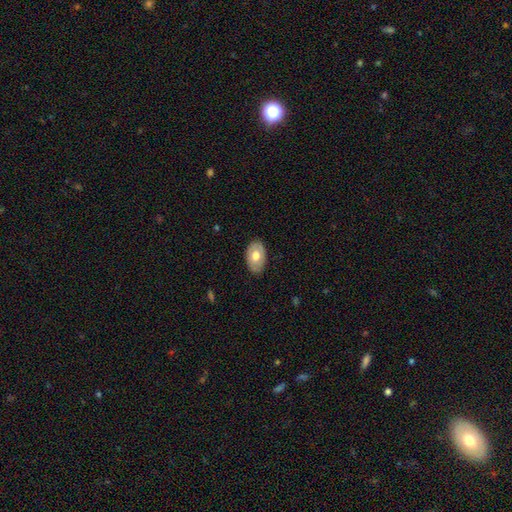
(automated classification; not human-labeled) A smooth galaxy with no disk features (63%) that is in between round and cigar-shaped (90%). Merging: none (83%).